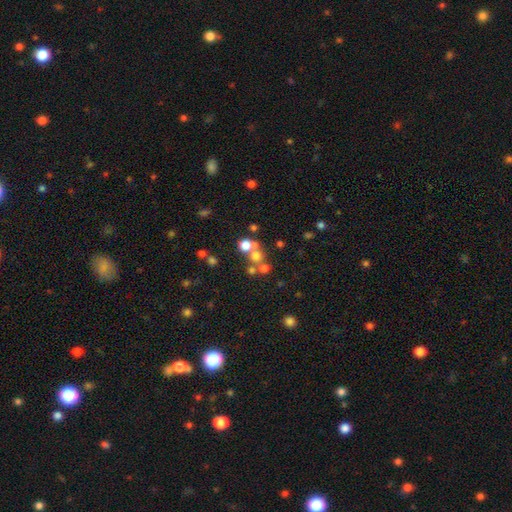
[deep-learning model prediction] Morphology: type=smooth (58%); roundness=round (88%); merging=none (49%).